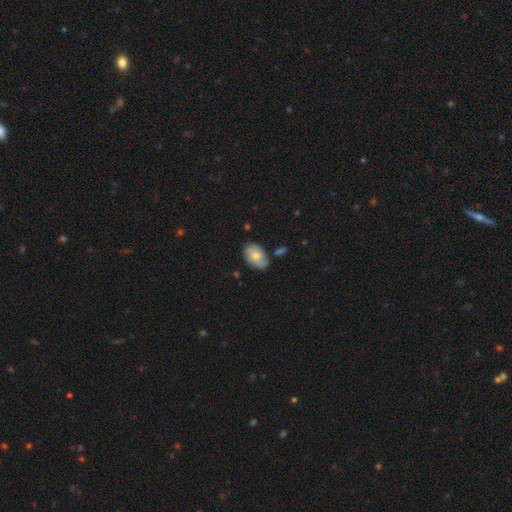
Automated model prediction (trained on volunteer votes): A smooth galaxy with no disk features (56%) that is in between round and cigar-shaped (87%). Merging: none (63%).